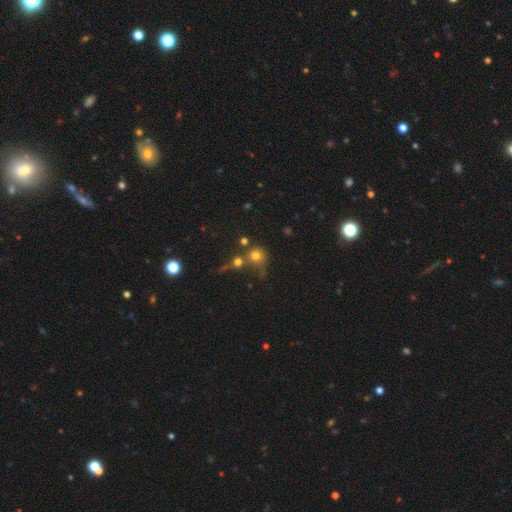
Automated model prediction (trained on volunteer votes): This is likely a smooth galaxy (72%). How rounded: clearly round (89%). Merging: possibly none (48%).